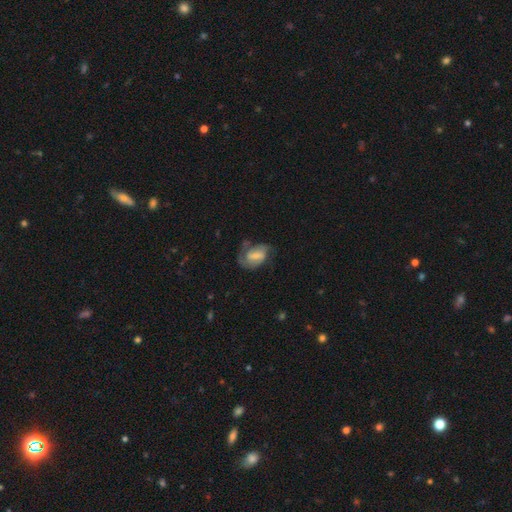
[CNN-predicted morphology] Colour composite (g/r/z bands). It shows a featured or disk galaxy (63%) with a weak bar (46%), 2 (63%) medium (45%) spiral arms (84%) and a small central bulge (37%). Merging: none (47%).